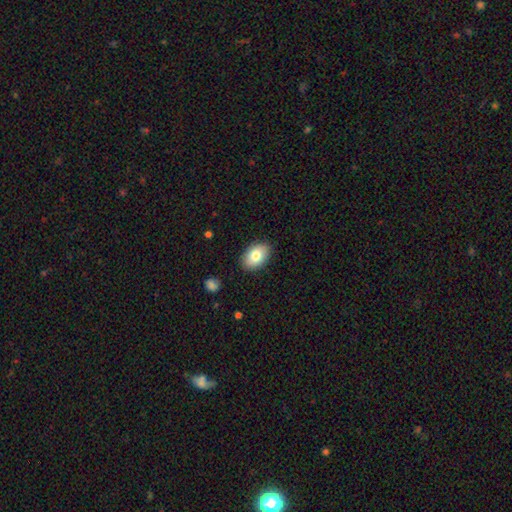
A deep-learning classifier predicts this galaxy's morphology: Smooth or featured? Predicted: smooth (p=0.81). How rounded? Predicted: in between (p=0.89). Merging? Predicted: none (p=0.87).